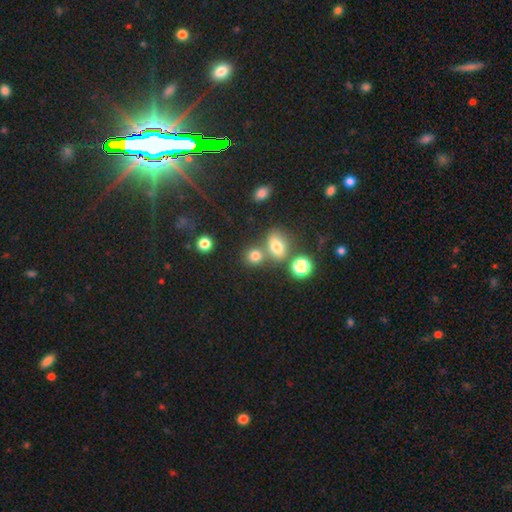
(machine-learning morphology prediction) A smooth galaxy with no disk features (72%) that is round (63%). Merging: none (56%).